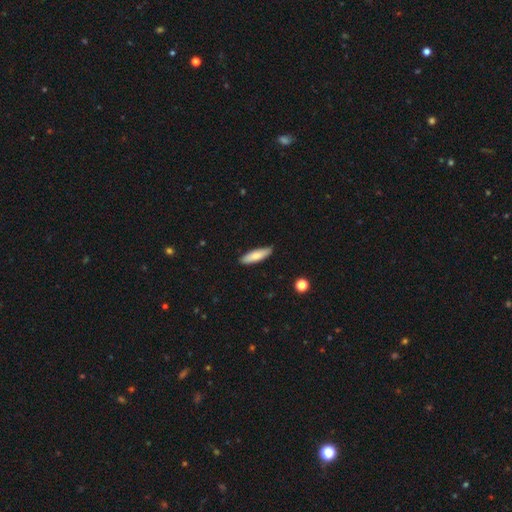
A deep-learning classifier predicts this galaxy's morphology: Smooth or featured? Predicted: smooth (p=0.80). How rounded? Predicted: cigar-shaped (p=0.63). Merging? Predicted: none (p=0.87).